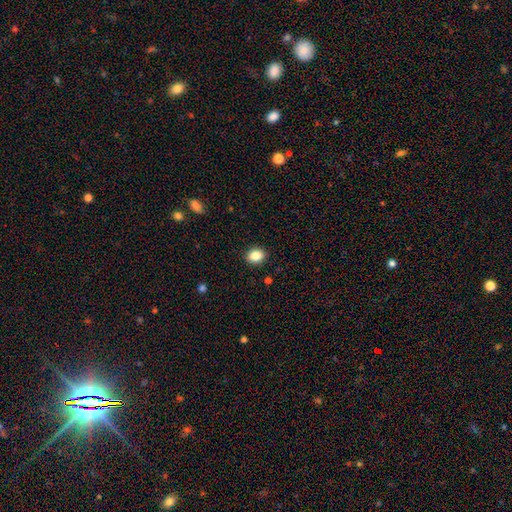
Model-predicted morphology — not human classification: smooth_or_featured: smooth (p=0.86) [alt: star or artifact p=0.09]
how_rounded: in between (p=0.52) [alt: round p=0.47]
merging: none (p=0.90) [alt: minor disturbance p=0.07]